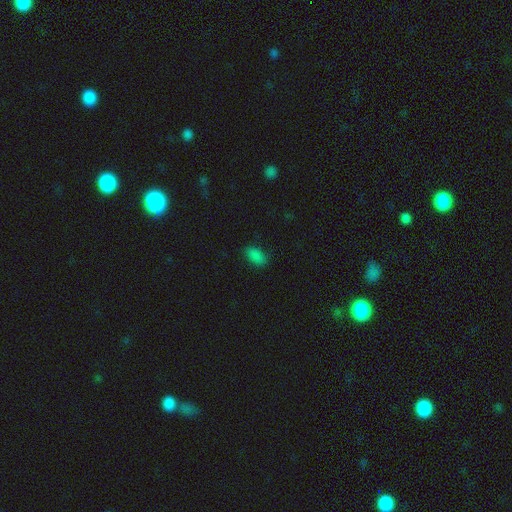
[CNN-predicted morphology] This is clearly a smooth galaxy (84%). How rounded: clearly in between (92%). Merging: clearly none (81%).